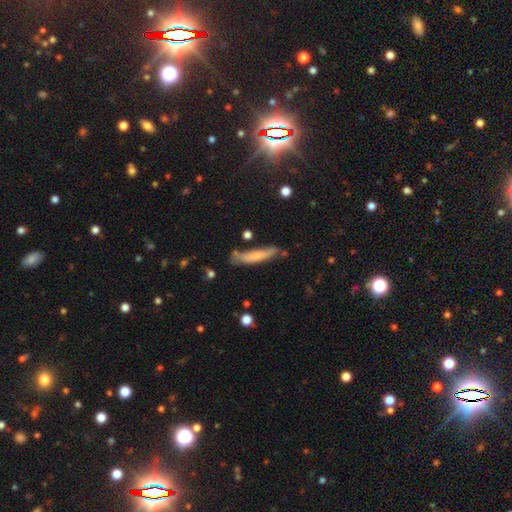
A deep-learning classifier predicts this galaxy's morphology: smooth 67%, featured or disk 26%, star or artifact 7%. Down the decision tree: how rounded — cigar-shaped (85%); merging — none (66%).